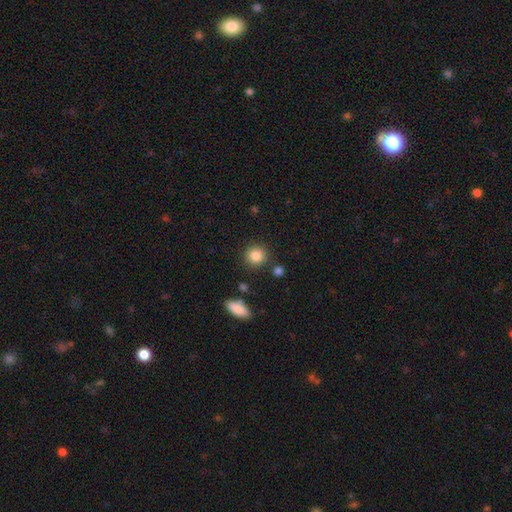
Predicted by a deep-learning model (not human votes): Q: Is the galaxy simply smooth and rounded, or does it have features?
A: smooth — 85%.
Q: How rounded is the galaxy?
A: round — 88%.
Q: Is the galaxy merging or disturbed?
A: none — 85%.